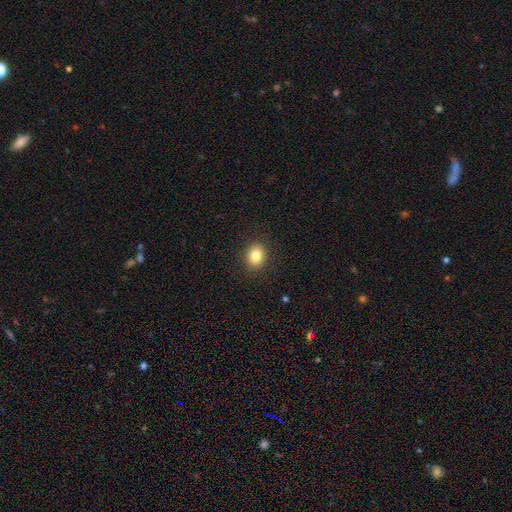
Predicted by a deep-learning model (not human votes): A smooth galaxy with no disk features (83%) that is round (52%). Merging: none (90%).